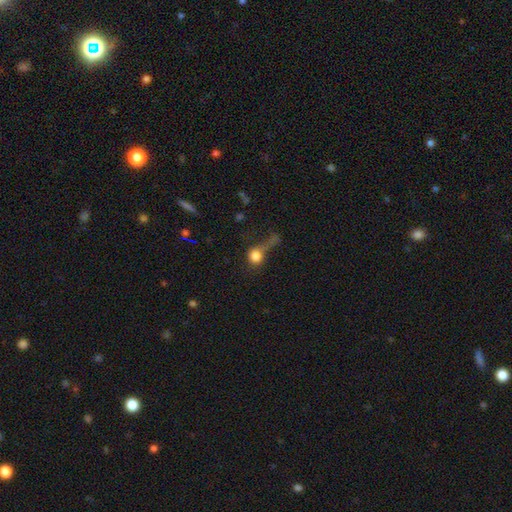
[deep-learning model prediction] Smooth or featured?
  - smooth: 76% *
  - star or artifact: 12%
  - featured or disk: 12%
How rounded?
  - round: 80% *
  - in between: 18%
  - cigar-shaped: 2%
Merging?
  - major disturbance: 38% *
  - none: 30%
  - minor disturbance: 19%
  - merger: 13%